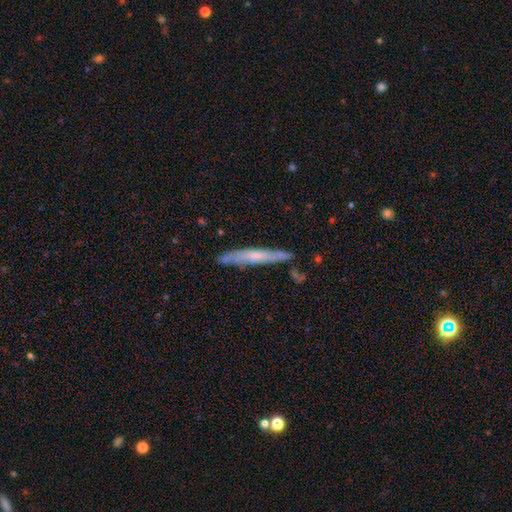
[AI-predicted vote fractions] featured or disk 51%, smooth 43%, star or artifact 6%. Down the decision tree: edge-on disk — yes (86%); merging — none (80%).